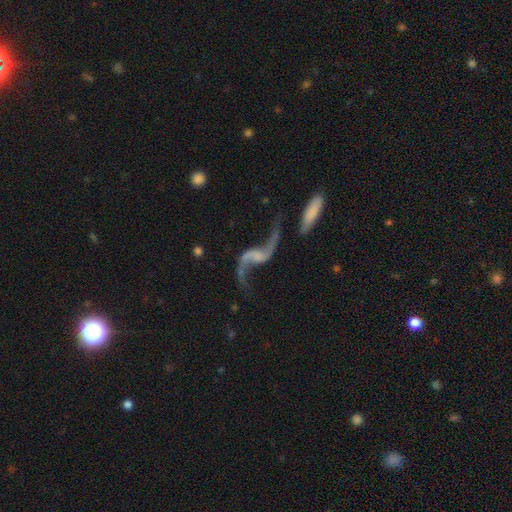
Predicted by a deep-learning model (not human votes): This appears to be a featured or disk galaxy (89%) with no bar (50%), 2 (94%) loose (95%) spiral arms (95%) and no central bulge (58%). Merging: none (61%).